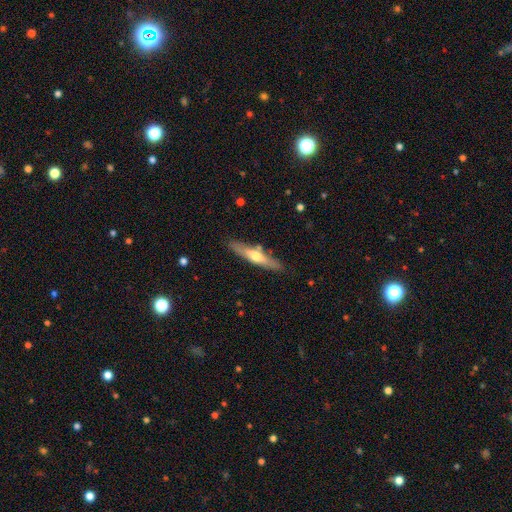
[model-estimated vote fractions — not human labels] Smooth or featured? Predicted: featured or disk (p=0.53). Edge-on disk? Predicted: yes (p=0.88). Merging? Predicted: none (p=0.82).